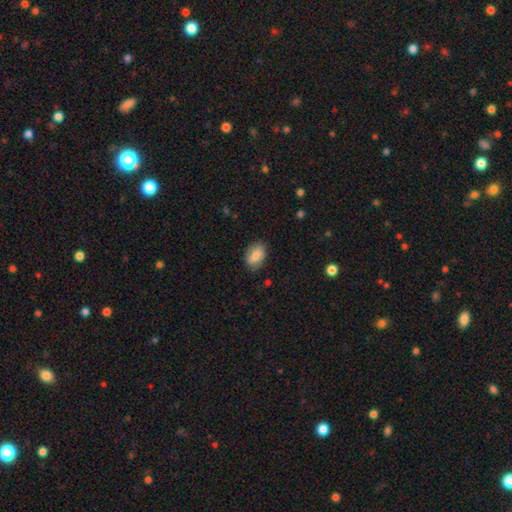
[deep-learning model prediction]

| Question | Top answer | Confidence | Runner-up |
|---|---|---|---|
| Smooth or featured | smooth | 76% | featured or disk (17%) |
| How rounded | in between | 88% | round (10%) |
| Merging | none | 80% | minor disturbance (16%) |